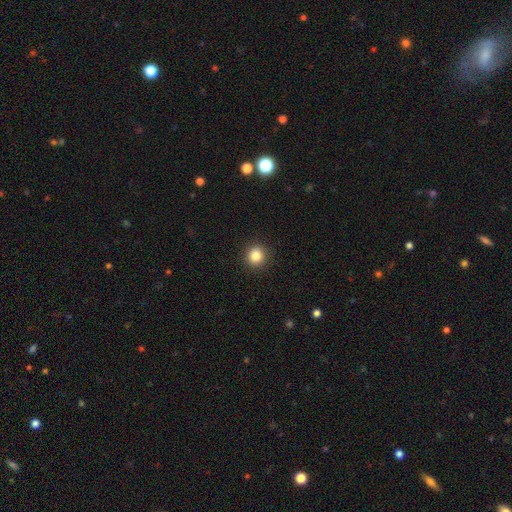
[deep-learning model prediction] Q: Smooth or featured?
A: smooth (84%); runner-up: star or artifact (11%)
Q: How rounded?
A: round (92%); runner-up: in between (7%)
Q: Merging?
A: none (92%); runner-up: minor disturbance (5%)